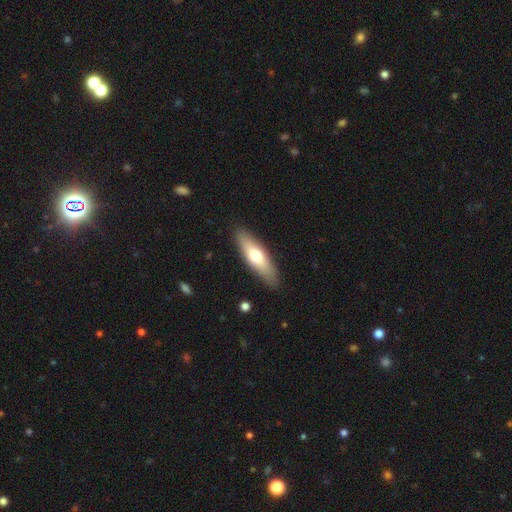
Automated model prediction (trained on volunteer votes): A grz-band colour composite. It shows a smooth galaxy with no disk features (61%) that is cigar-shaped (54%). Merging: none (88%).